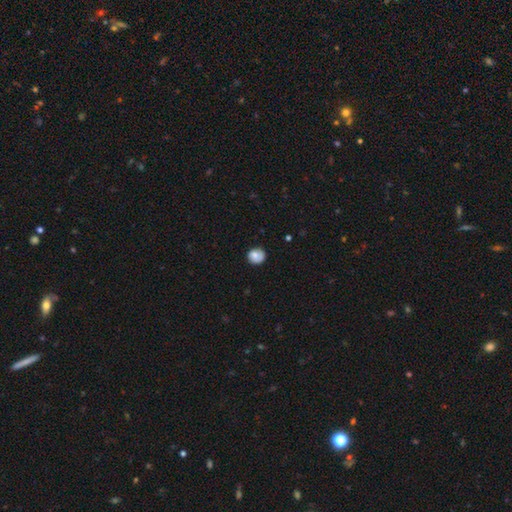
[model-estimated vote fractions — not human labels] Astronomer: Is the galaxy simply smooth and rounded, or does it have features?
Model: smooth — 81%.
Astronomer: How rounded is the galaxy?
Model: round — 84%.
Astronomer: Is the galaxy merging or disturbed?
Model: none — 80%.